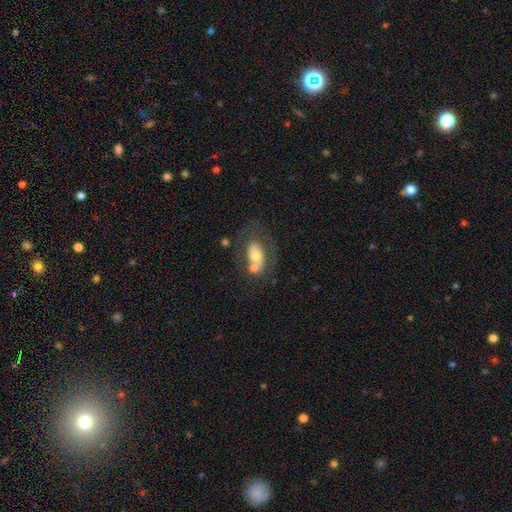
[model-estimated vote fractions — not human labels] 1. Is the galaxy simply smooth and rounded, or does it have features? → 47% smooth, 45% featured or disk, 8% star or artifact.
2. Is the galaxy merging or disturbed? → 37% none, 29% merger, 18% minor disturbance, 16% major disturbance.